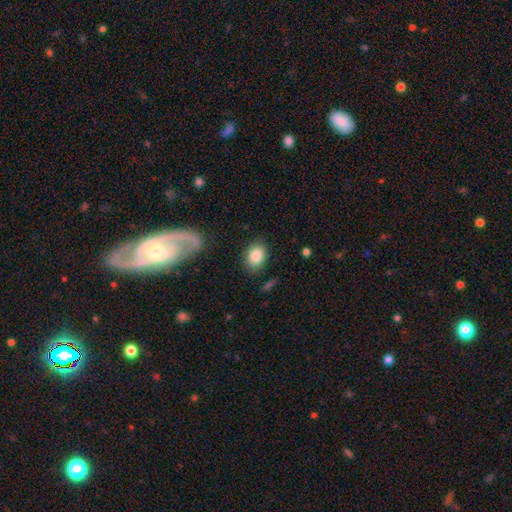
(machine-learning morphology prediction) This appears to be a smooth galaxy with no disk features (84%) that is in between round and cigar-shaped (66%). Merging: none (86%).